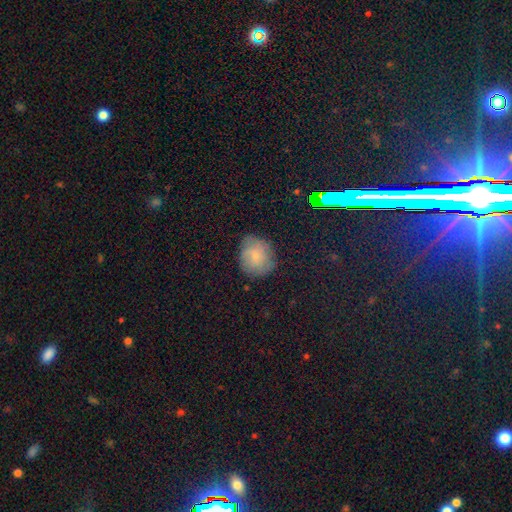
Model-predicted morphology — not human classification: Overall: smooth (72%). How rounded: round (76%). Merging: none (71%).